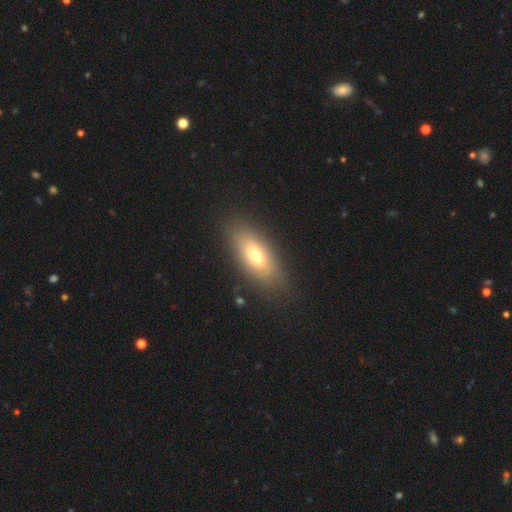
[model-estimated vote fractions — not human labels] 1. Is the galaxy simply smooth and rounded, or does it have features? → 63% smooth, 28% featured or disk, 9% star or artifact.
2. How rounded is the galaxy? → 76% in between, 19% cigar-shaped, 5% round.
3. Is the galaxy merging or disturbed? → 83% none, 11% minor disturbance, 4% major disturbance, 1% merger.